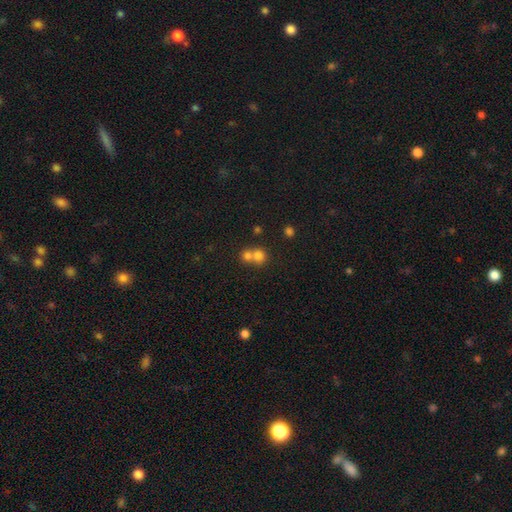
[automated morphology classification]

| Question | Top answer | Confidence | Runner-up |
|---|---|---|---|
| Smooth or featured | smooth | 75% | star or artifact (13%) |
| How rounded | round | 84% | in between (15%) |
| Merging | merger | 59% | none (34%) |